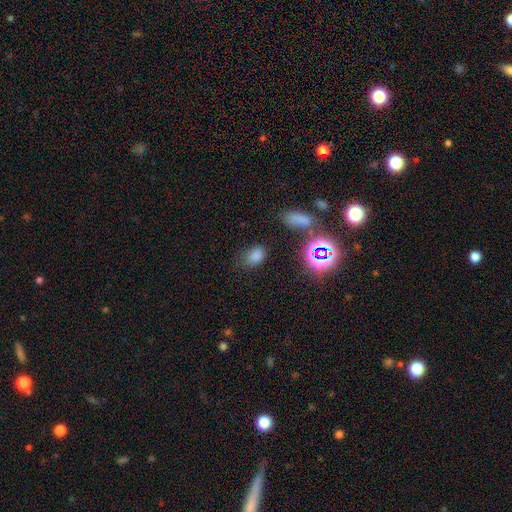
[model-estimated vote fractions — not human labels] Morphology: type=smooth (73%); roundness=in between (79%); merging=none (68%).